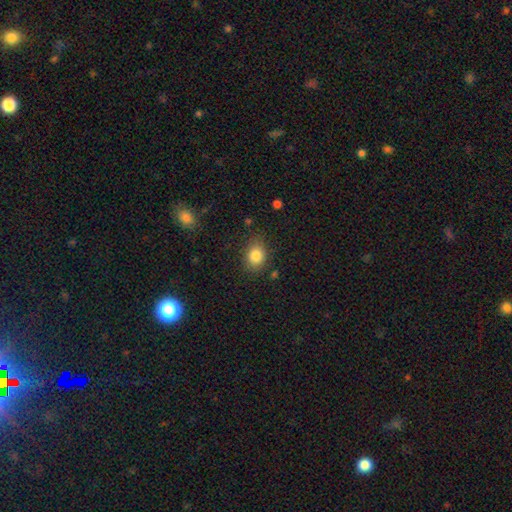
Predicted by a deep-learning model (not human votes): Overall: smooth (84%). How rounded: in between (53%; round 46%). Merging: none (78%).